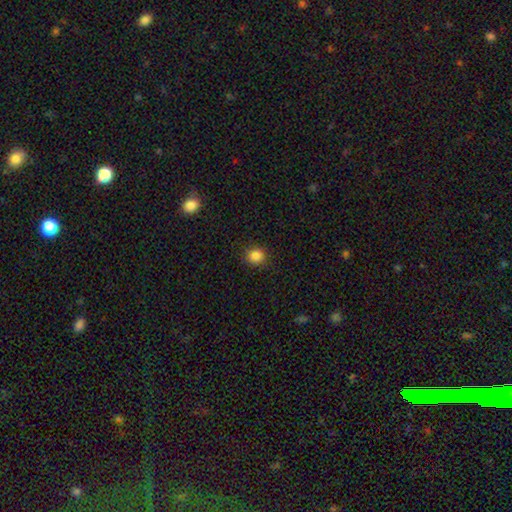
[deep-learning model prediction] smooth 86%, star or artifact 11%, featured or disk 3%. Down the decision tree: how rounded — round (83%); merging — none (90%).